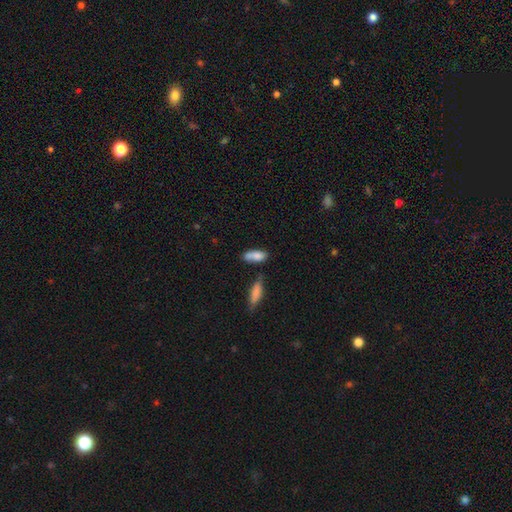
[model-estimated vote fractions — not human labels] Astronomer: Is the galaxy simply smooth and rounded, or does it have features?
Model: smooth — 81%.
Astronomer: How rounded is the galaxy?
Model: in between — 75%.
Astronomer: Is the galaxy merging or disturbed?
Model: none — 49% (runner-up: minor disturbance, 25%).